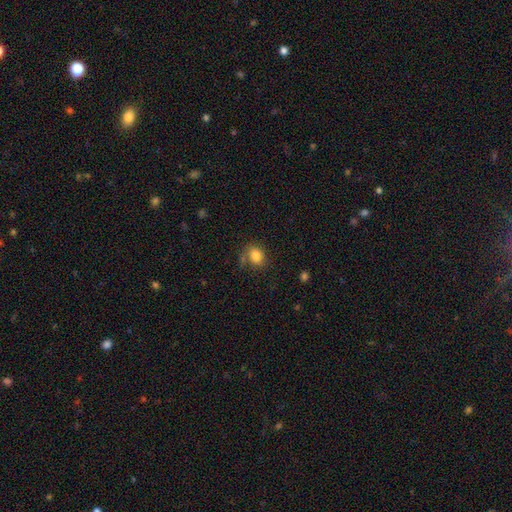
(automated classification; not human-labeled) smooth_or_featured: smooth (p=0.82) [alt: star or artifact p=0.10]
how_rounded: in between (p=0.54) [alt: round p=0.45]
merging: none (p=0.69) [alt: minor disturbance p=0.18]